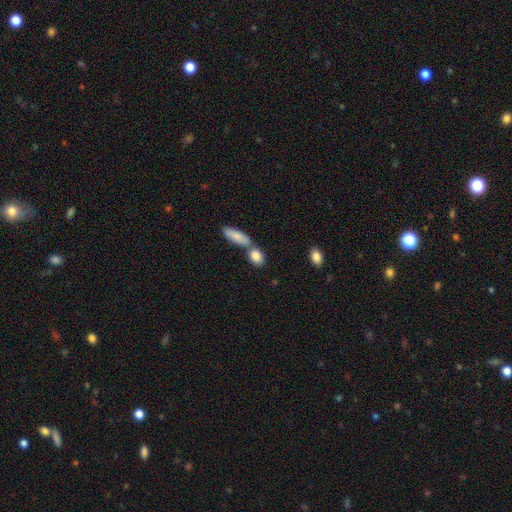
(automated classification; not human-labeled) Q: Smooth or featured?
A: smooth (84%); runner-up: featured or disk (9%)
Q: How rounded?
A: in between (68%); runner-up: round (24%)
Q: Merging?
A: none (48%); runner-up: merger (38%)